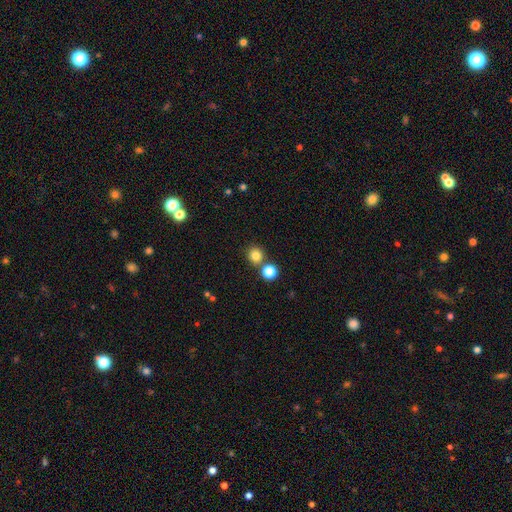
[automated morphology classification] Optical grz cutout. It shows a smooth galaxy with no disk features (81%) that is round (91%). Merging: none (73%).